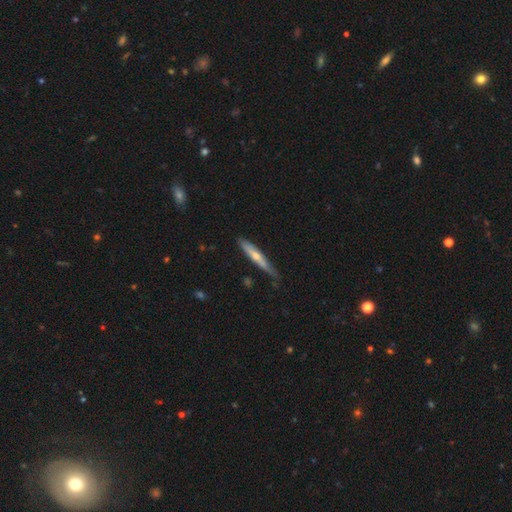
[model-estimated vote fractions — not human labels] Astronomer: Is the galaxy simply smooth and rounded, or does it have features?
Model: featured or disk — 54% (runner-up: smooth, 41%).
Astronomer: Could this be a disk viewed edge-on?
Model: yes — 91%.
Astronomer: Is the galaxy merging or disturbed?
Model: none — 70%.